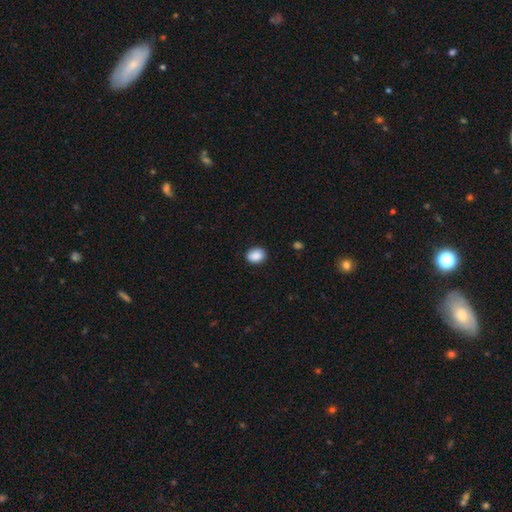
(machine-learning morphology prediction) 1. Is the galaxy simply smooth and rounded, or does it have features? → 89% smooth, 7% star or artifact, 3% featured or disk.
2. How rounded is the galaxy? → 60% in between, 39% round, 1% cigar-shaped.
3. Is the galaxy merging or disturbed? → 88% none, 9% minor disturbance, 2% major disturbance, 1% merger.